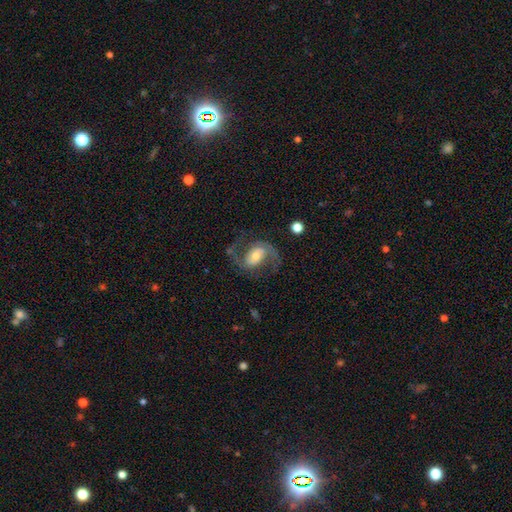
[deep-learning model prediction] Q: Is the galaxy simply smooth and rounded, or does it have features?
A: featured or disk — 85%.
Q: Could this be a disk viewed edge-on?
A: no — 97%.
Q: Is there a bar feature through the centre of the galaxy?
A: weak — 43%.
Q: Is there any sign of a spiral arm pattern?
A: yes — 96%.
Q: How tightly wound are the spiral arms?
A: medium — 55%.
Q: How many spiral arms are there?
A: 2 — 93%.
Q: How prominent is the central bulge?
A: moderate — 48%.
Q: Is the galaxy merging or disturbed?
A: none — 72%.